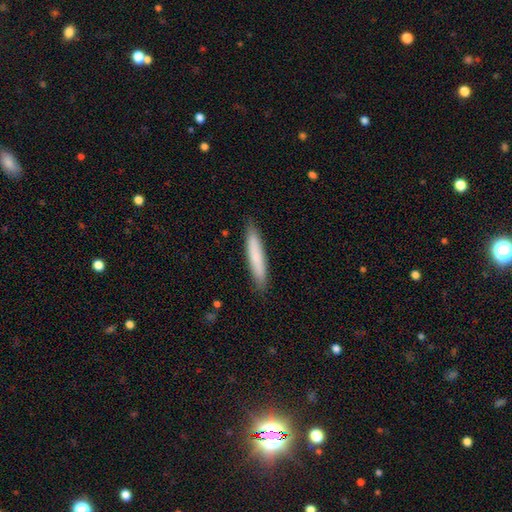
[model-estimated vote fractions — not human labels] Smooth or featured? smooth (79%)
How rounded? cigar-shaped (92%)
Merging? none (88%)